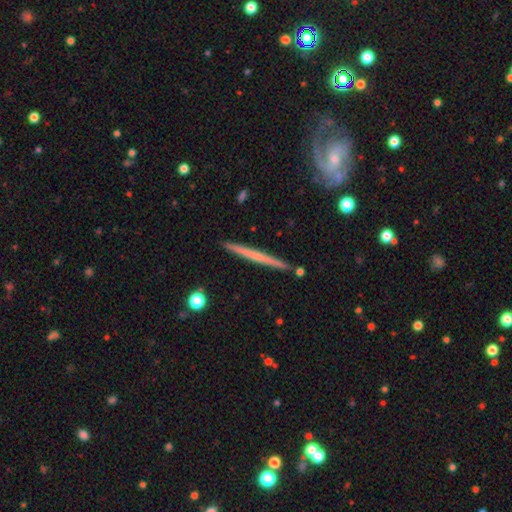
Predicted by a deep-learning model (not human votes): A featured or disk galaxy (60%) viewed edge-on (97%) with no central bulge (80%).

Vote fractions:
- Smooth or featured? featured or disk: 60% / smooth: 35% / star or artifact: 5%
- Edge-on disk? yes: 97% / no: 3%
- Edge-on bulge? none: 80% / rounded: 15% / boxy: 4%
- Merging? none: 91% / minor disturbance: 6% / merger: 2% / major disturbance: 1%